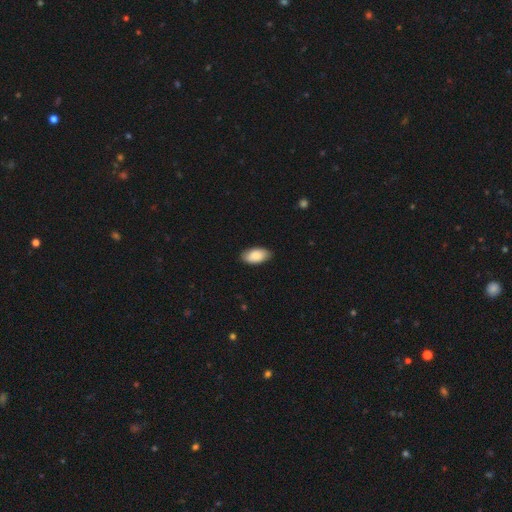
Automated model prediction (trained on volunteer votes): Q: Smooth or featured?
A: smooth (88%); runner-up: featured or disk (7%)
Q: How rounded?
A: in between (95%); runner-up: cigar-shaped (3%)
Q: Merging?
A: none (86%); runner-up: minor disturbance (11%)